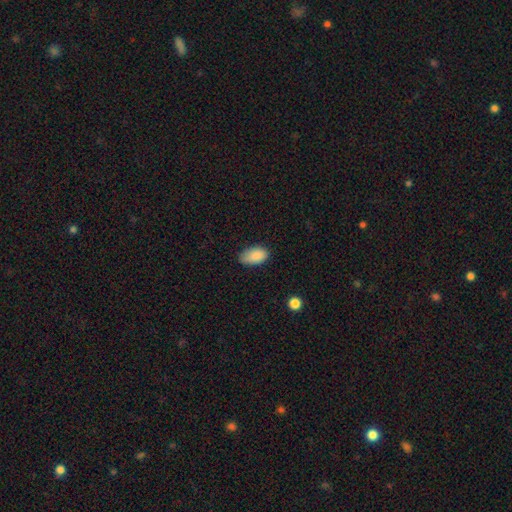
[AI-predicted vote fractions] smooth-or-featured: smooth: 88% | star or artifact: 7% | featured or disk: 5%
  how-rounded: in between: 94% | round: 5% | cigar-shaped: 2%
  merging: none: 73% | minor disturbance: 22% | major disturbance: 4% | merger: 1%